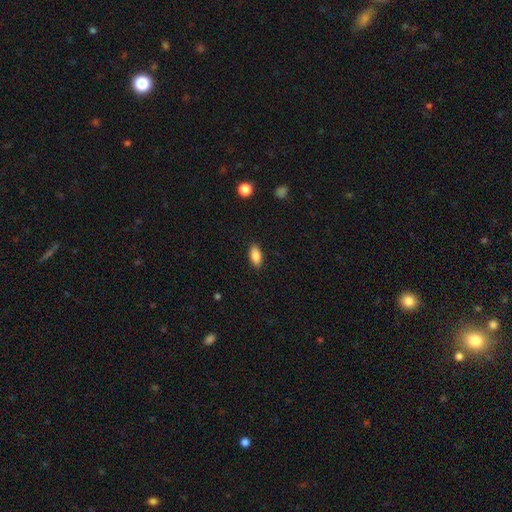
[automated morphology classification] Q: Smooth or featured?
A: smooth (86%); runner-up: star or artifact (7%)
Q: How rounded?
A: in between (88%); runner-up: cigar-shaped (9%)
Q: Merging?
A: none (88%); runner-up: minor disturbance (9%)